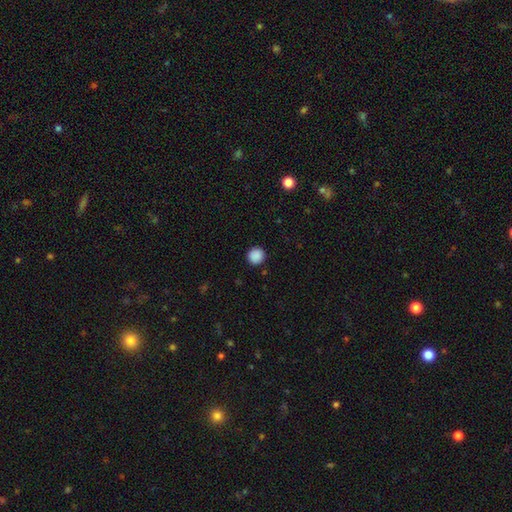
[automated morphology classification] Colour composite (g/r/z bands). It shows a smooth galaxy with no disk features (89%) that is round (92%). Merging: none (91%).